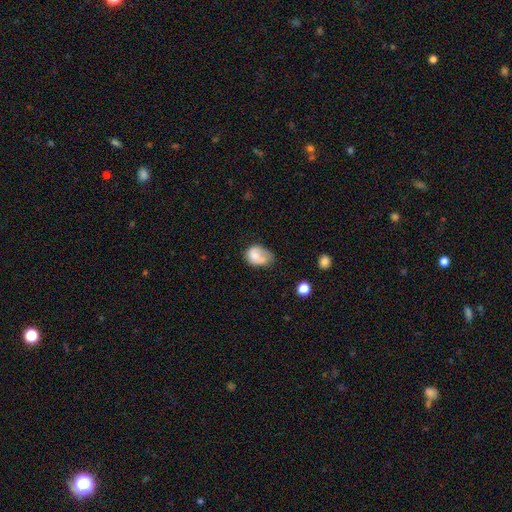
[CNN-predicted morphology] Smooth or featured?
  - smooth: 71% *
  - featured or disk: 21%
  - star or artifact: 8%
How rounded?
  - in between: 66% *
  - round: 33%
  - cigar-shaped: 1%
Merging?
  - minor disturbance: 36% *
  - none: 30%
  - major disturbance: 22%
  - merger: 12%